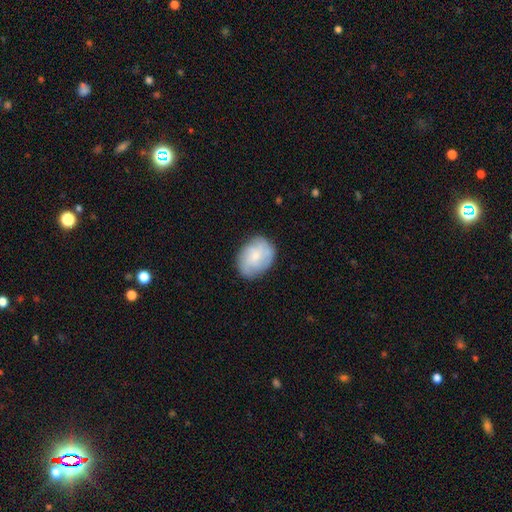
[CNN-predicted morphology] smooth-or-featured: smooth: 60% | featured or disk: 33% | star or artifact: 7%
  how-rounded: in between: 67% | round: 32% | cigar-shaped: 1%
  merging: none: 77% | minor disturbance: 17% | major disturbance: 4% | merger: 1%